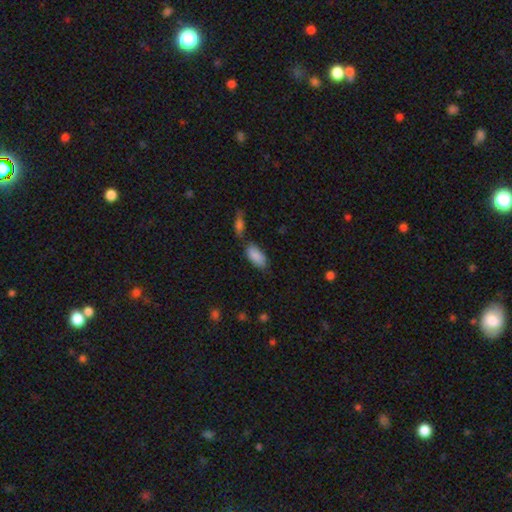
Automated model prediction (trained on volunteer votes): smooth_or_featured: smooth (p=0.87) [alt: featured or disk p=0.07]
how_rounded: in between (p=0.91) [alt: cigar-shaped p=0.06]
merging: none (p=0.64) [alt: minor disturbance p=0.16]